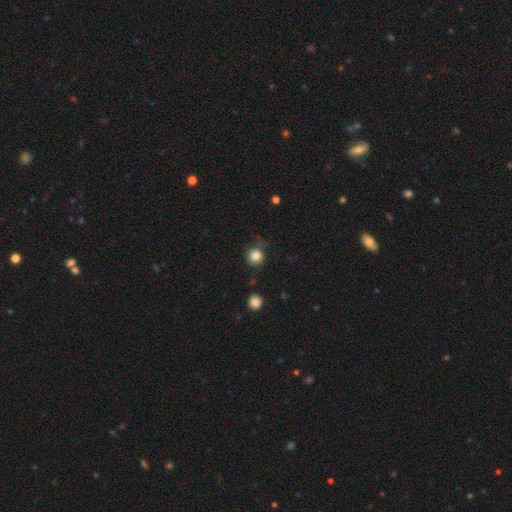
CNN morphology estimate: The model was most divided on "merging": none: 75%, minor disturbance: 16%, major disturbance: 6%, merger: 3%. More confident: how rounded — round (92%); smooth or featured — smooth (83%).